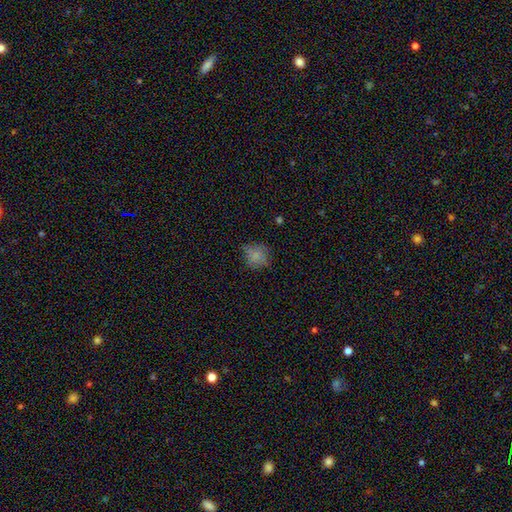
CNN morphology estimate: smooth 74%, star or artifact 15%, featured or disk 11%. Down the decision tree: how rounded — round (85%); merging — none (66%).